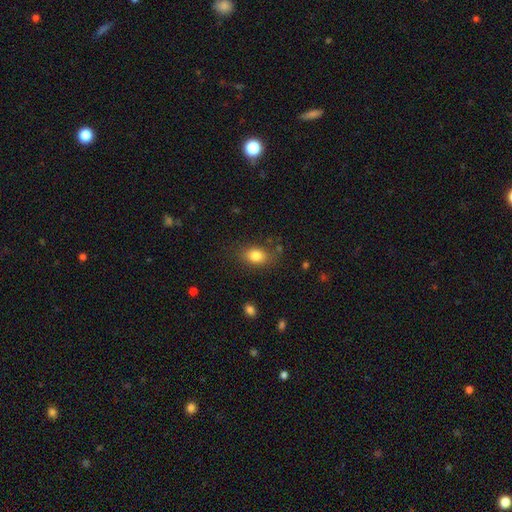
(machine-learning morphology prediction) Smooth or featured?
  - smooth: 81% *
  - star or artifact: 10%
  - featured or disk: 9%
How rounded?
  - in between: 75% *
  - round: 23%
  - cigar-shaped: 2%
Merging?
  - none: 80% *
  - minor disturbance: 14%
  - major disturbance: 4%
  - merger: 2%